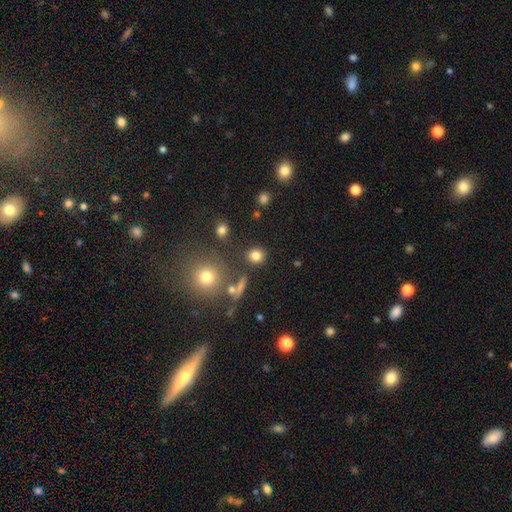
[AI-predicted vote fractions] A smooth galaxy with no disk features (80%) that is round (88%).

Vote fractions:
- Smooth or featured? smooth: 80% / star or artifact: 13% / featured or disk: 7%
- How rounded? round: 88% / in between: 10% / cigar-shaped: 1%
- Merging? none: 84% / minor disturbance: 7% / merger: 5% / major disturbance: 3%